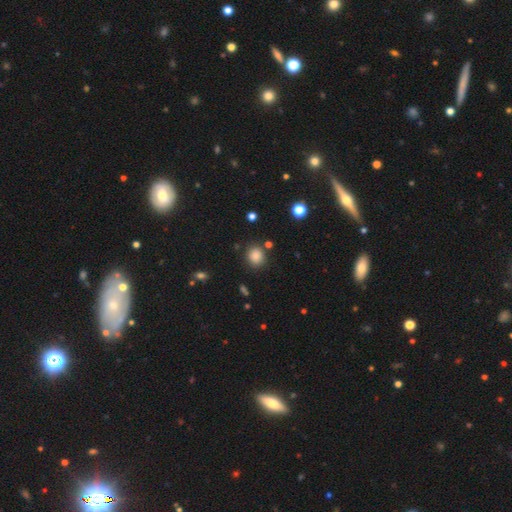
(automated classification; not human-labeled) Smooth or featured?
  - smooth: 85% *
  - star or artifact: 11%
  - featured or disk: 4%
How rounded?
  - round: 82% *
  - in between: 17%
  - cigar-shaped: 1%
Merging?
  - none: 84% *
  - minor disturbance: 9%
  - merger: 4%
  - major disturbance: 3%